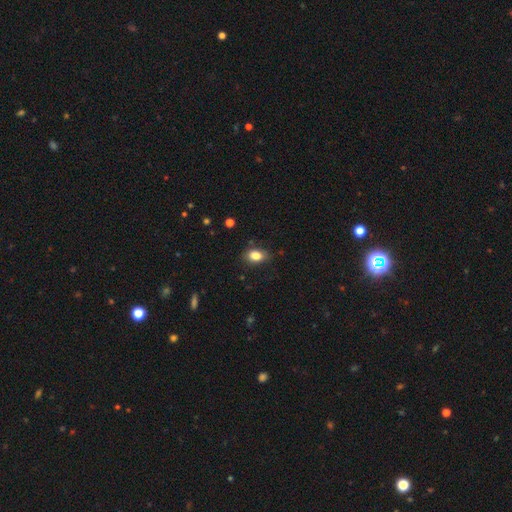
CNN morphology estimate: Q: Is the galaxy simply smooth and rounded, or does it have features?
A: smooth — 83%.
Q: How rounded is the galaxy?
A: in between — 82%.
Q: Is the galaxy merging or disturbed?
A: none — 79%.